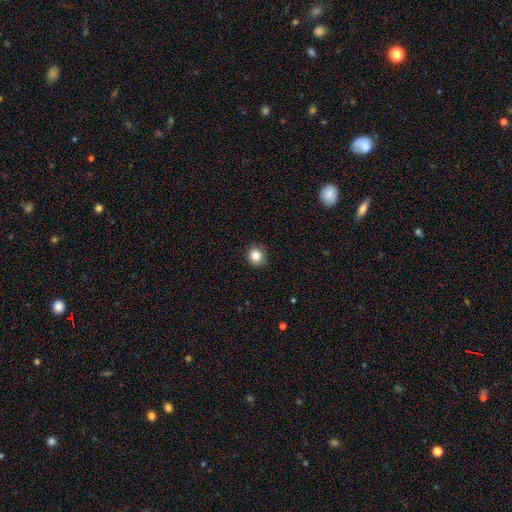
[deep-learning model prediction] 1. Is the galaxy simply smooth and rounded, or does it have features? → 85% smooth, 10% star or artifact, 5% featured or disk.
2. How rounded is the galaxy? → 80% round, 19% in between, 1% cigar-shaped.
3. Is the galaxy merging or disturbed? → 85% none, 11% minor disturbance, 2% major disturbance, 1% merger.